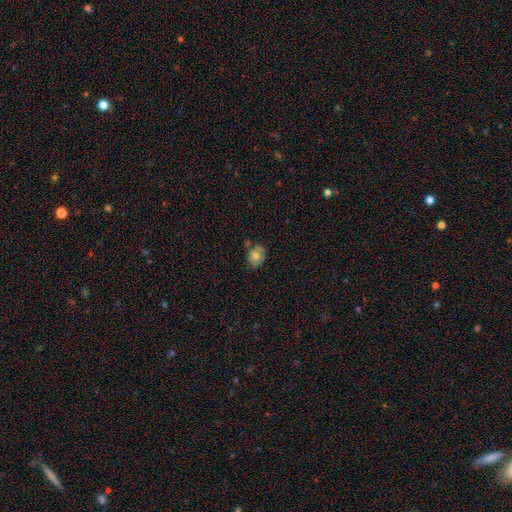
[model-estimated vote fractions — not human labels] A smooth galaxy with no disk features (67%) that is round (54%). Merging: none (69%).